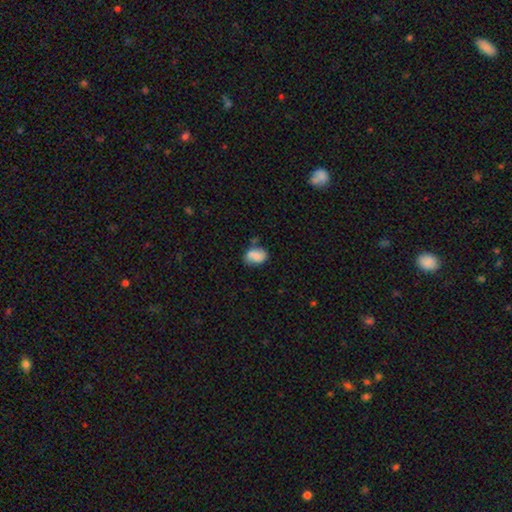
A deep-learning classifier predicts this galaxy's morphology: smooth-or-featured: smooth: 72% | featured or disk: 20% | star or artifact: 8%
  how-rounded: in between: 78% | round: 21% | cigar-shaped: 1%
  merging: none: 62% | minor disturbance: 24% | merger: 8% | major disturbance: 6%